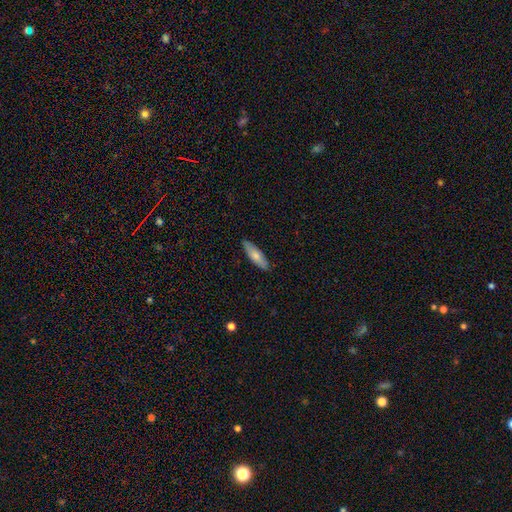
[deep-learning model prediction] smooth 73%, featured or disk 22%, star or artifact 5%. Down the decision tree: how rounded — cigar-shaped (53%); merging — none (87%).